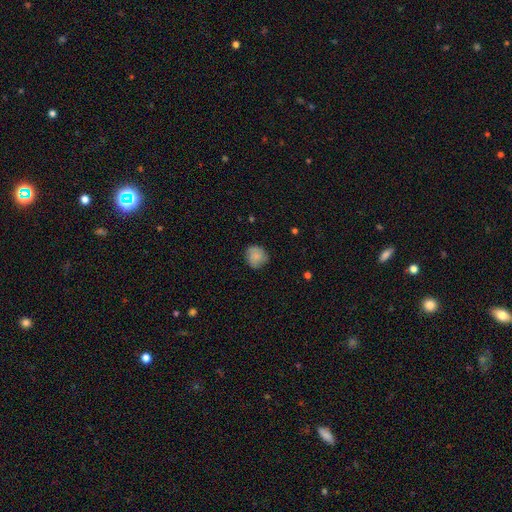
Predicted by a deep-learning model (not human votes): A smooth galaxy with no disk features (73%) that is round (85%).

Vote fractions:
- Smooth or featured? smooth: 73% / featured or disk: 19% / star or artifact: 8%
- How rounded? round: 85% / in between: 14% / cigar-shaped: 1%
- Merging? none: 74% / minor disturbance: 20% / major disturbance: 4% / merger: 1%